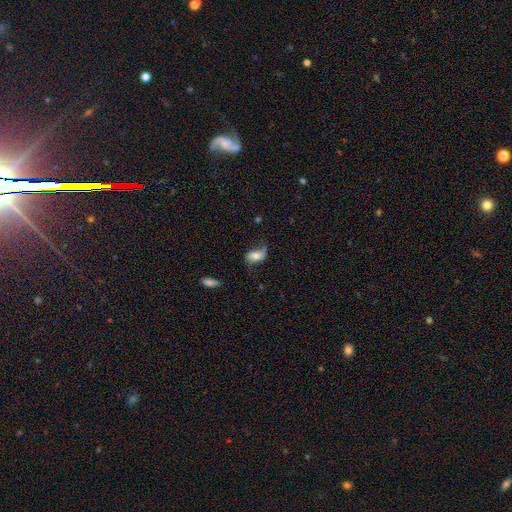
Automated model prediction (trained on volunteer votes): Overall: smooth (51%; featured or disk 40%). How rounded: in between (86%). Merging: none (45%; minor disturbance 31%).